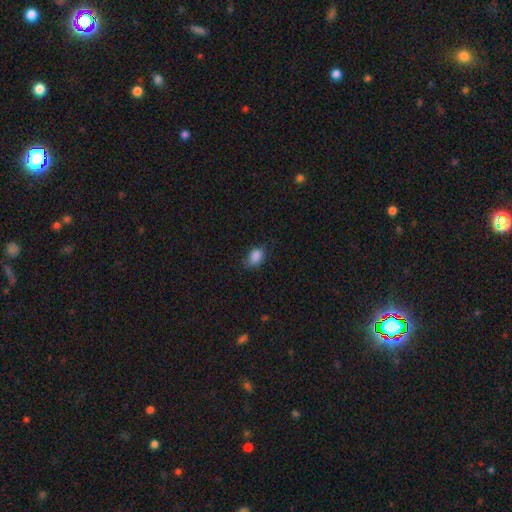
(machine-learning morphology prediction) Smooth or featured? Predicted: smooth (p=0.87). How rounded? Predicted: in between (p=0.78). Merging? Predicted: none (p=0.69).